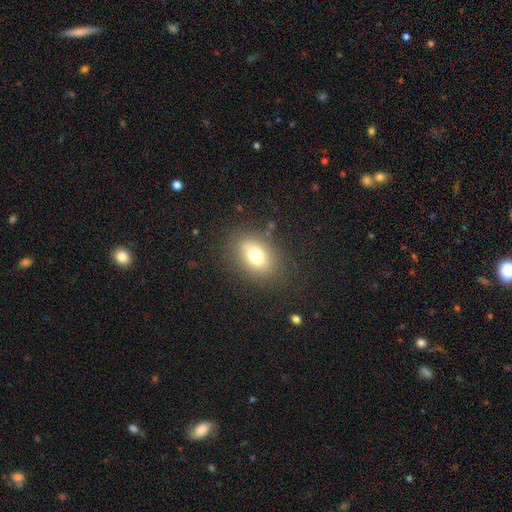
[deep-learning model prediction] smooth_or_featured: smooth (p=0.74) [alt: featured or disk p=0.14]
how_rounded: in between (p=0.71) [alt: round p=0.27]
merging: none (p=0.81) [alt: minor disturbance p=0.12]